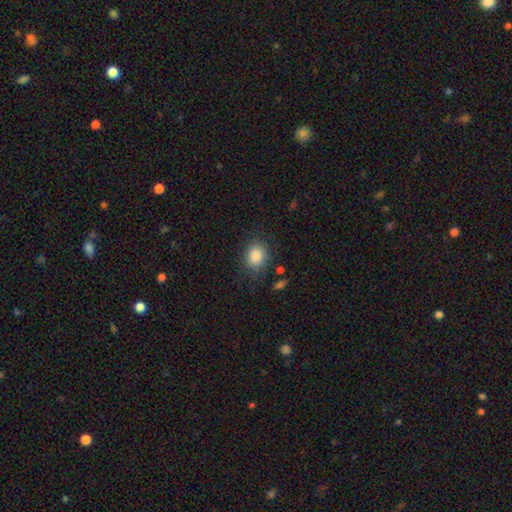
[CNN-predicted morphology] type=smooth (85%); roundness=in between (50%); merging=none (78%).